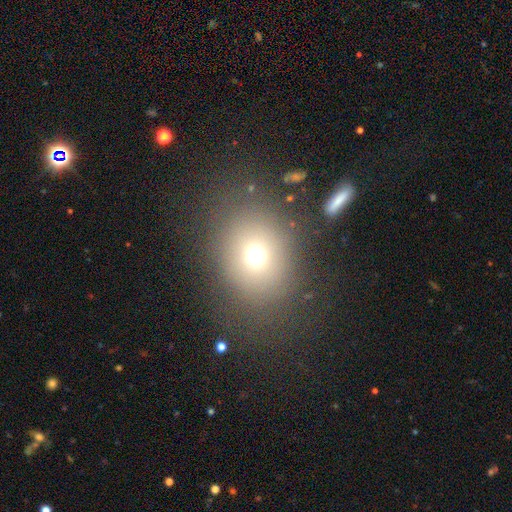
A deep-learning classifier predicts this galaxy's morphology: Smooth or featured: smooth — 69% (star or artifact — 19%)
How rounded: round — 62% (in between — 36%)
Merging: none — 77% (minor disturbance — 11%)